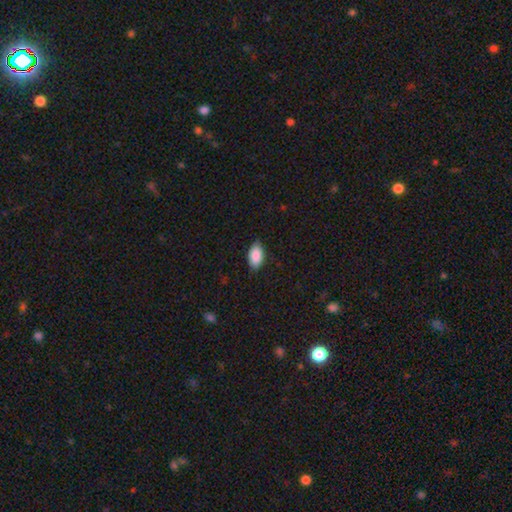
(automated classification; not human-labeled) Smooth or featured? Predicted: smooth (p=0.88). How rounded? Predicted: in between (p=0.94). Merging? Predicted: none (p=0.83).